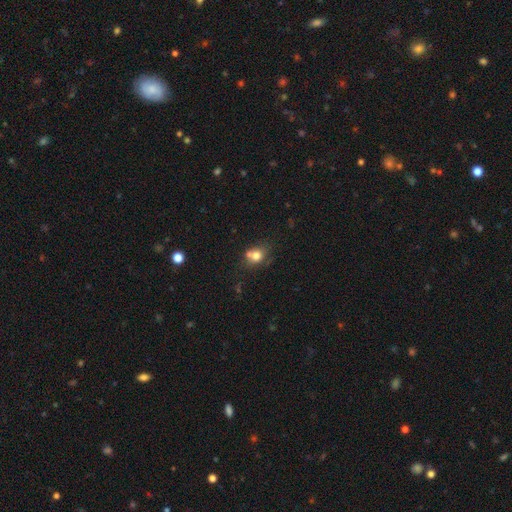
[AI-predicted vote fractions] smooth 73%, featured or disk 15%, star or artifact 12%. Down the decision tree: how rounded — round (61%); merging — none (44%).